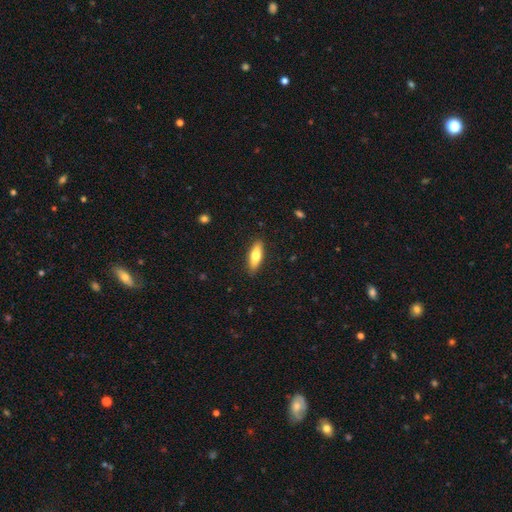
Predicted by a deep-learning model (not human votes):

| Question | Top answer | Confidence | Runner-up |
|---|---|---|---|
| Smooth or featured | smooth | 67% | featured or disk (28%) |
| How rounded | in between | 51% | cigar-shaped (46%) |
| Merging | none | 89% | minor disturbance (8%) |